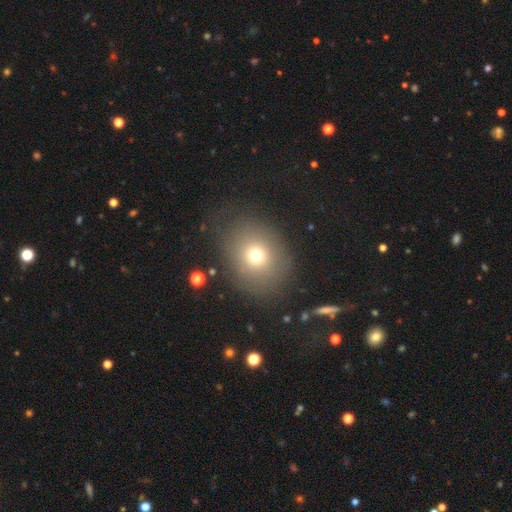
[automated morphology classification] The model was most divided on "how rounded": round: 62%, in between: 37%, cigar-shaped: 1%. More confident: merging — none (75%); smooth or featured — smooth (69%).